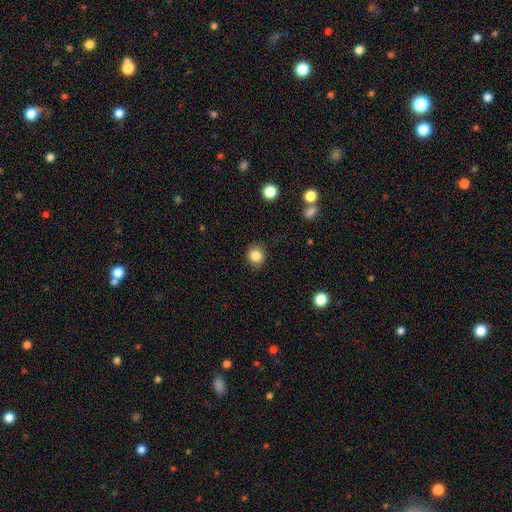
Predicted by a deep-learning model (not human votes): Smooth or featured?
  - smooth: 84% *
  - star or artifact: 10%
  - featured or disk: 5%
How rounded?
  - round: 84% *
  - in between: 16%
  - cigar-shaped: 1%
Merging?
  - none: 87% *
  - minor disturbance: 10%
  - major disturbance: 3%
  - merger: 1%